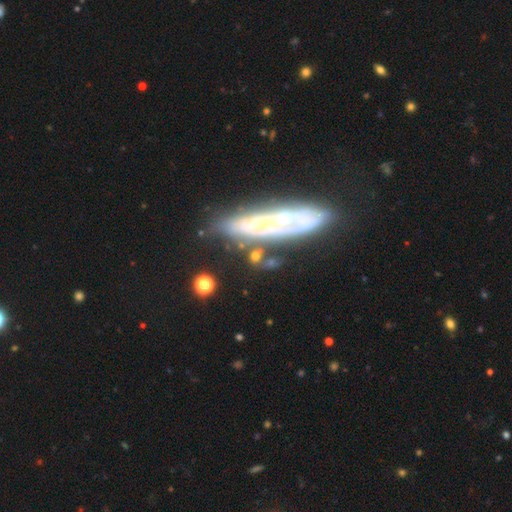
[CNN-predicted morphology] smooth 45%, featured or disk 42%, star or artifact 12%. Down the decision tree: merging — none (56%).